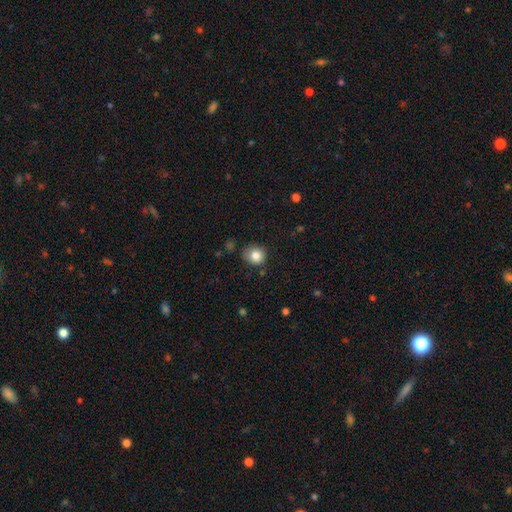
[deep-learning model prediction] Morphology: type=smooth (82%); roundness=round (84%); merging=none (77%).